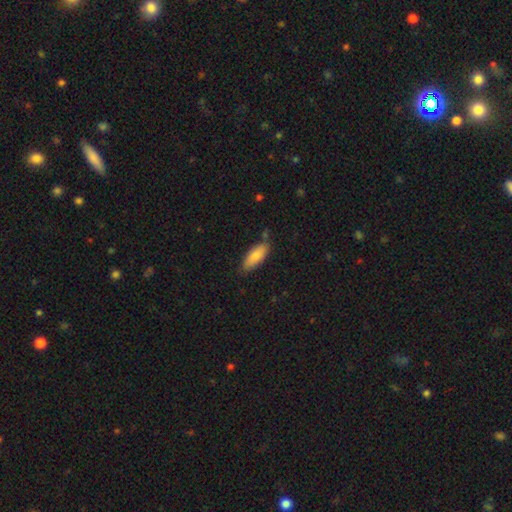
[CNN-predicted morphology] type=smooth (80%); roundness=in between (75%); merging=none (76%).